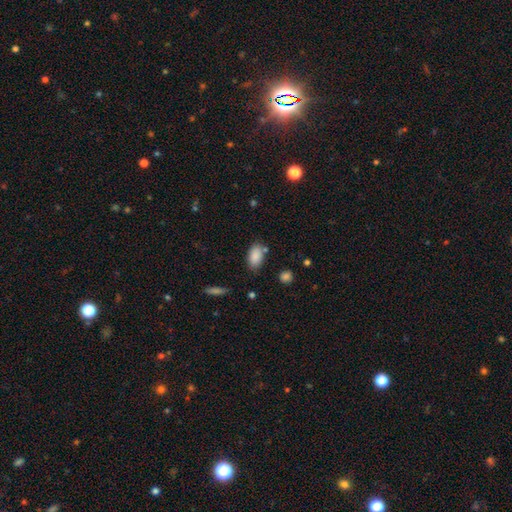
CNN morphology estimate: This is clearly a smooth galaxy (87%). How rounded: clearly in between (92%). Merging: likely none (73%).